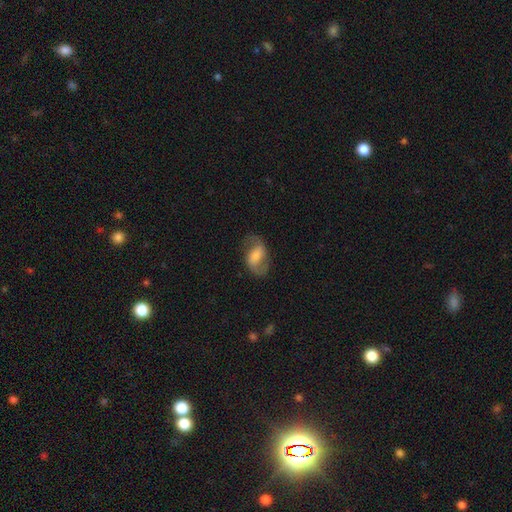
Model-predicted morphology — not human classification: smooth-or-featured: featured or disk: 65% | smooth: 28% | star or artifact: 7%
  disk-edge-on: no: 96% | yes: 4%
    bar: weak: 43% | no: 29% | strong: 28%
    has-spiral-arms: yes: 88% | no: 12%
      spiral-winding: loose: 46% | medium: 42% | tight: 12%
      spiral-arm-count: 2: 88% | can't tell: 5% | 1: 4% | 3: 1% | 4: 1% | more than 4: 1%
    bulge-size: moderate: 36% | small: 35% | large: 14% | none: 12% | dominant: 3%
  merging: none: 70% | minor disturbance: 17% | major disturbance: 12% | merger: 1%